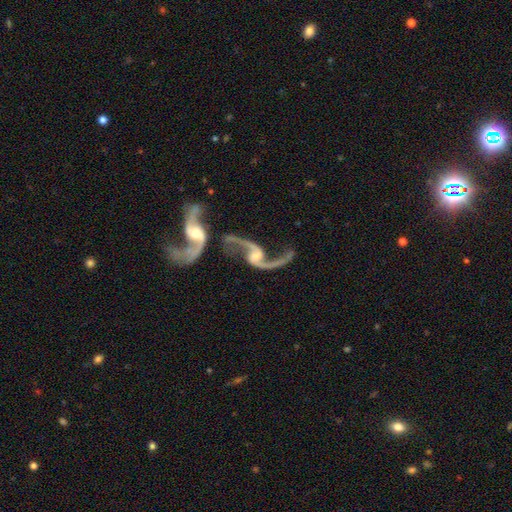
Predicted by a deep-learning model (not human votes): Q: Smooth or featured?
A: featured or disk (91%); runner-up: star or artifact (5%)
Q: Edge-on disk?
A: no (96%); runner-up: yes (4%)
Q: Bar?
A: no (45%); runner-up: weak (40%)
Q: Spiral arms?
A: yes (95%); runner-up: no (5%)
Q: Spiral winding?
A: loose (89%); runner-up: medium (9%)
Q: Spiral arm count?
A: 2 (92%); runner-up: 1 (3%)
Q: Bulge size?
A: small (45%); runner-up: moderate (33%)
Q: Merging?
A: merger (41%); runner-up: none (33%)